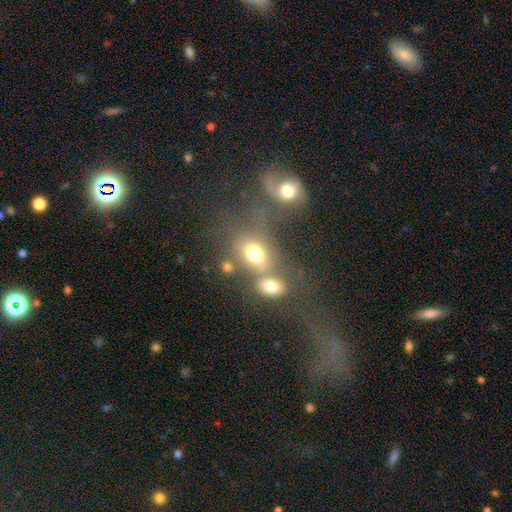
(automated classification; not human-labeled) A smooth galaxy with no disk features (64%) that is in between round and cigar-shaped (62%).

Vote fractions:
- Smooth or featured? smooth: 64% / featured or disk: 20% / star or artifact: 16%
- How rounded? in between: 62% / round: 36% / cigar-shaped: 2%
- Merging? merger: 53% / none: 25% / major disturbance: 12% / minor disturbance: 10%